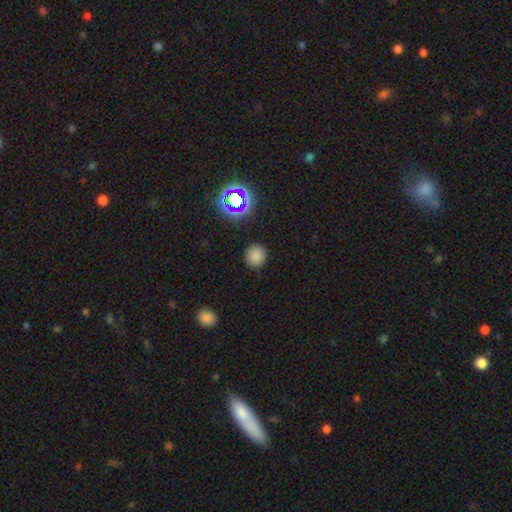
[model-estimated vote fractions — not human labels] A smooth galaxy with no disk features (78%) that is round (92%). Merging: none (88%).